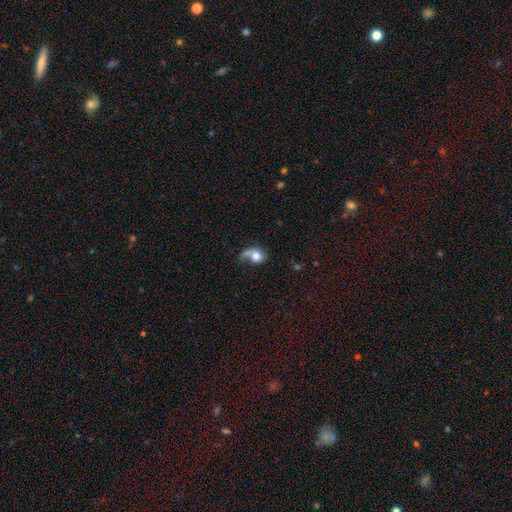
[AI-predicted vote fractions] Smooth or featured?
  - smooth: 59% *
  - featured or disk: 31%
  - star or artifact: 10%
How rounded?
  - round: 58% *
  - in between: 40%
  - cigar-shaped: 1%
Merging?
  - major disturbance: 34% *
  - none: 33%
  - minor disturbance: 23%
  - merger: 10%